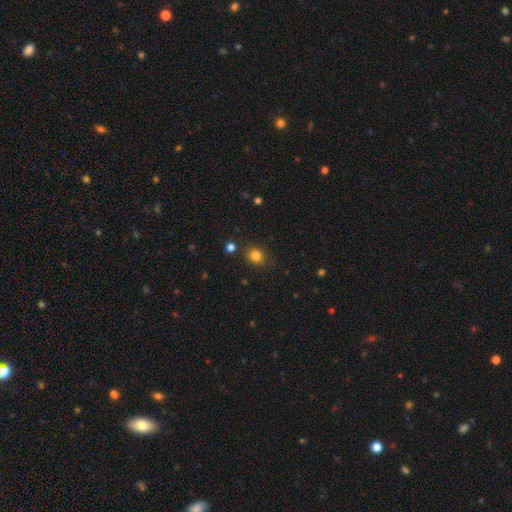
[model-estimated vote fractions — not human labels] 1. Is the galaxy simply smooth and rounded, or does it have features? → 82% smooth, 13% star or artifact, 5% featured or disk.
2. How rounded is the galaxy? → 77% round, 22% in between, 1% cigar-shaped.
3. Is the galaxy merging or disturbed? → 85% none, 9% minor disturbance, 3% merger, 3% major disturbance.